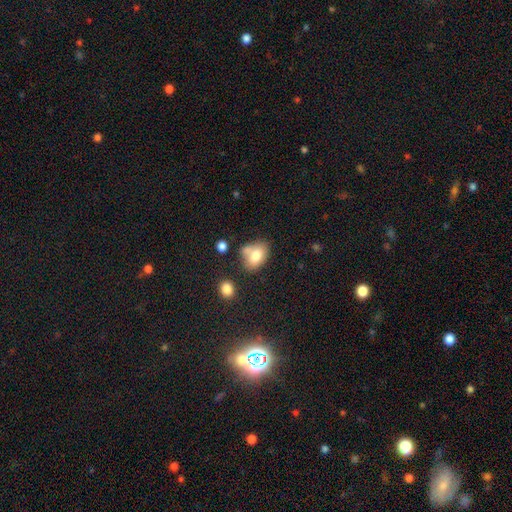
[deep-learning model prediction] A smooth galaxy with no disk features (76%) that is in between round and cigar-shaped (76%).

Vote fractions:
- Smooth or featured? smooth: 76% / featured or disk: 15% / star or artifact: 9%
- How rounded? in between: 76% / round: 22% / cigar-shaped: 1%
- Merging? none: 47% / merger: 24% / minor disturbance: 22% / major disturbance: 8%